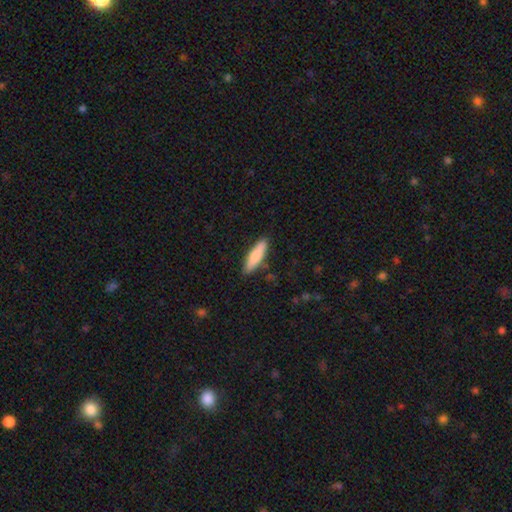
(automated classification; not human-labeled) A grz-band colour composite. It shows a smooth galaxy with no disk features (73%) that is cigar-shaped (63%). Merging: none (86%).